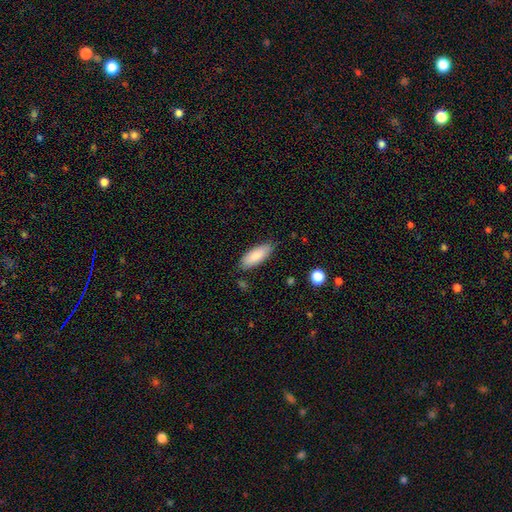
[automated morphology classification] Q: Smooth or featured?
A: smooth (86%); runner-up: featured or disk (8%)
Q: How rounded?
A: in between (70%); runner-up: cigar-shaped (28%)
Q: Merging?
A: none (80%); runner-up: minor disturbance (15%)